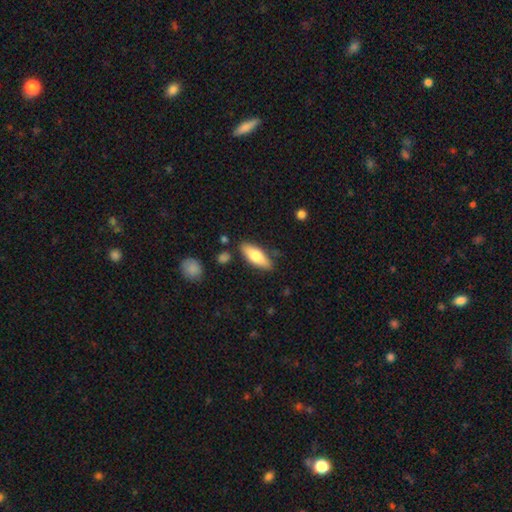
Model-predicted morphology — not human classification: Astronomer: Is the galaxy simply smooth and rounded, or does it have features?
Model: smooth — 72%.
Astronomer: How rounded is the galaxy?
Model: in between — 68%.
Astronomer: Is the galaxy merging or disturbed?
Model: none — 83%.